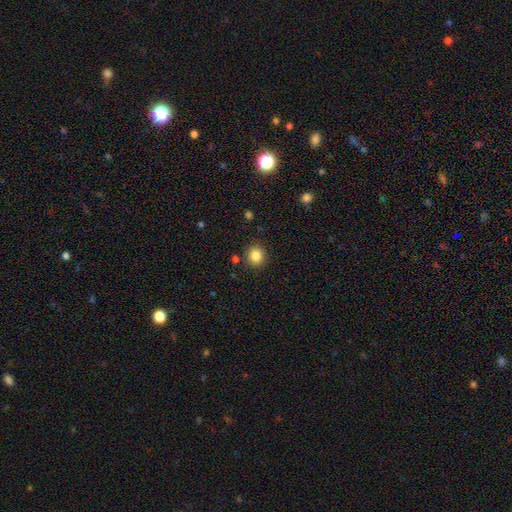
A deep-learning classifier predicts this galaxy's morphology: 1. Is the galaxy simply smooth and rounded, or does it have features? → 84% smooth, 11% star or artifact, 5% featured or disk.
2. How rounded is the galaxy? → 88% round, 11% in between, 1% cigar-shaped.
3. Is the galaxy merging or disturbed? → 88% none, 7% minor disturbance, 2% merger, 2% major disturbance.